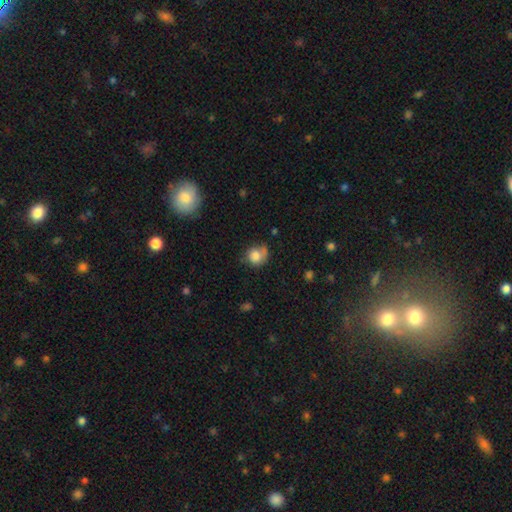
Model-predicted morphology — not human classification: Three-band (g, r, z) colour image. It shows a smooth galaxy with no disk features (79%) that is round (78%). Merging: none (53%).